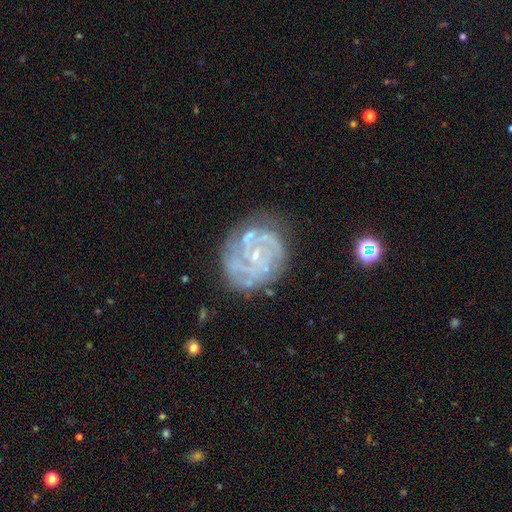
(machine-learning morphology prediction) type=featured or disk (84%); edge-on=no (98%); bar=no (68%); spiral arms=yes (92%); winding=tight (64%); arm count=can't tell (29%); bulge=small (80%); merging=none (70%).